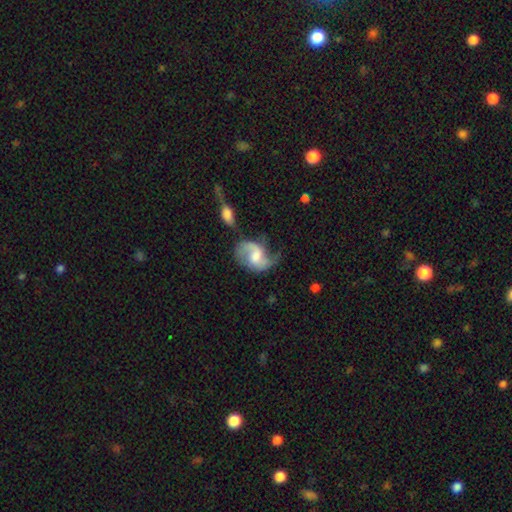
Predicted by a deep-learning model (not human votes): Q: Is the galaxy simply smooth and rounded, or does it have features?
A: featured or disk — 72%.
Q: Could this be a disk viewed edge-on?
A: no — 97%.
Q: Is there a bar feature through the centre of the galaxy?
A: weak — 48%.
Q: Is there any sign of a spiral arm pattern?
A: yes — 90%.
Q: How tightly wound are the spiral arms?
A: loose — 52%.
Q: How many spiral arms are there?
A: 2 — 77%.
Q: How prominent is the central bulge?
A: moderate — 43%.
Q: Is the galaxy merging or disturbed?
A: none — 35%.